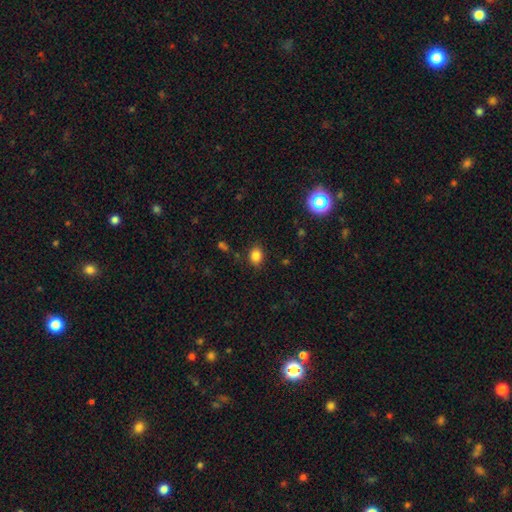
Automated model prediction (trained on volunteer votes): This is clearly a smooth galaxy (83%). How rounded: possibly in between (56%). Merging: clearly none (84%).